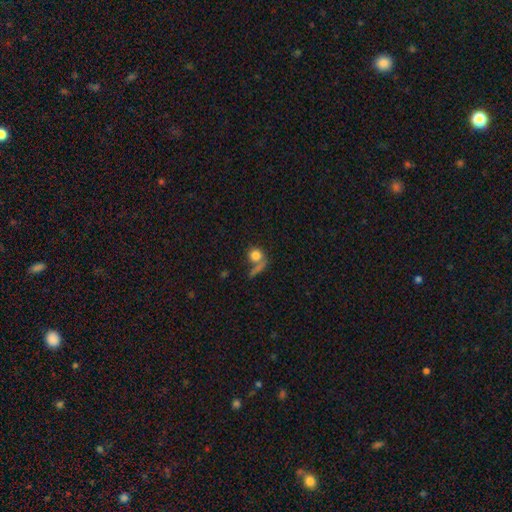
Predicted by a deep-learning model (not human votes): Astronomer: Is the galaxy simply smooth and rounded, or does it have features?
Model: smooth — 76%.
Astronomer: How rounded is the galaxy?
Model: round — 76%.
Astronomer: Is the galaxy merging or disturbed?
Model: none — 42% (runner-up: merger, 31%).